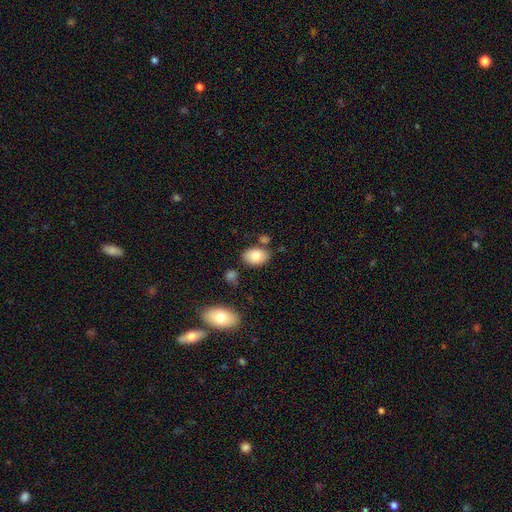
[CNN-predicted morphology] Overall: smooth (81%). How rounded: in between (86%). Merging: none (74%).